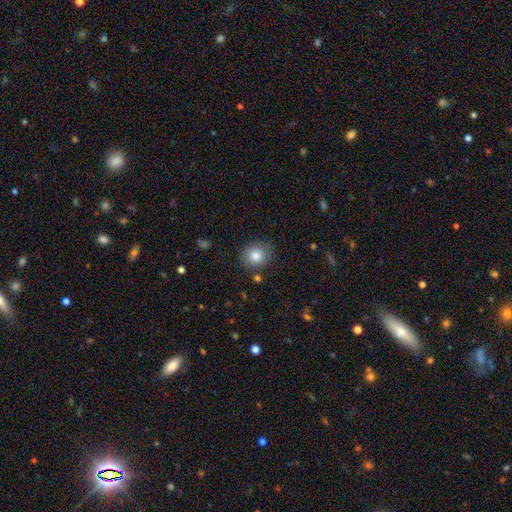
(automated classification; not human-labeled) Smooth or featured? Predicted: smooth (p=0.82). How rounded? Predicted: round (p=0.78). Merging? Predicted: none (p=0.82).